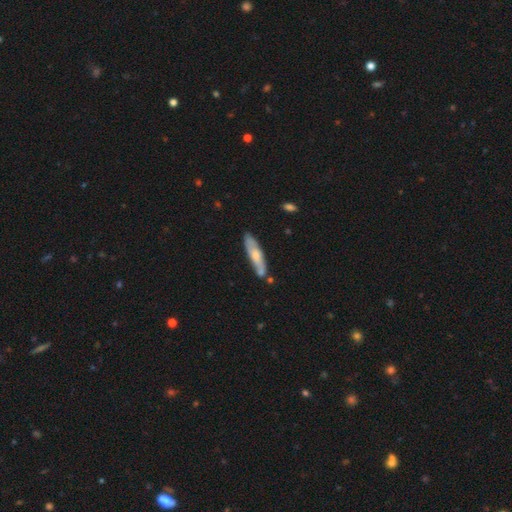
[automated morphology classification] Smooth or featured? Predicted: smooth (p=0.51). How rounded? Predicted: cigar-shaped (p=0.77). Merging? Predicted: none (p=0.73).